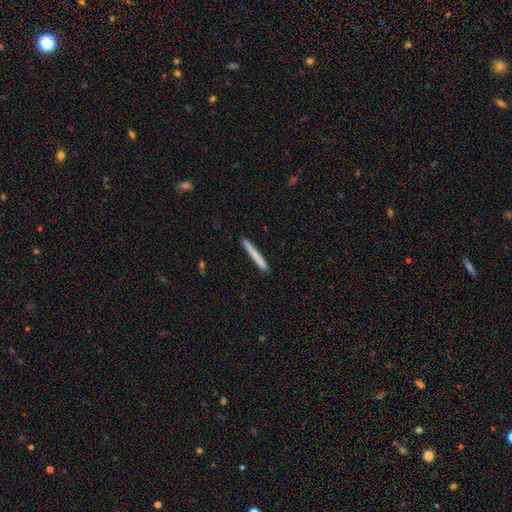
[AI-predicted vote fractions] Smooth or featured: smooth — 71% (featured or disk — 24%)
How rounded: cigar-shaped — 97% (in between — 2%)
Merging: none — 91% (minor disturbance — 6%)